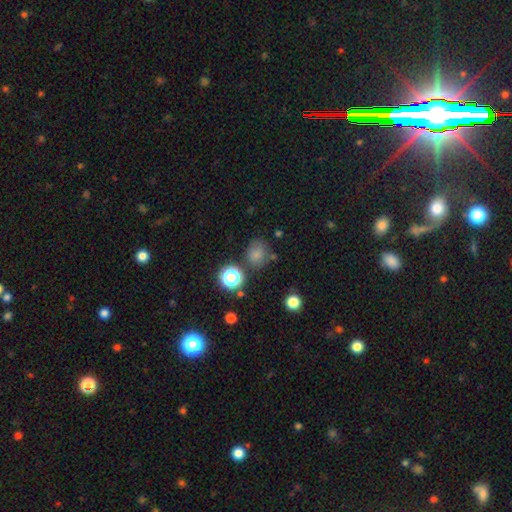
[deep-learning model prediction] Q: Smooth or featured?
A: smooth (64%); runner-up: star or artifact (28%)
Q: How rounded?
A: round (66%); runner-up: in between (33%)
Q: Merging?
A: none (73%); runner-up: minor disturbance (15%)